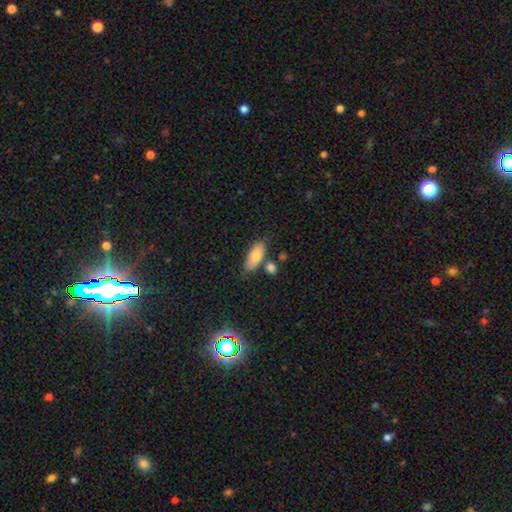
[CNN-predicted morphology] Q: Smooth or featured?
A: smooth (78%); runner-up: featured or disk (15%)
Q: How rounded?
A: in between (83%); runner-up: cigar-shaped (15%)
Q: Merging?
A: none (72%); runner-up: minor disturbance (14%)